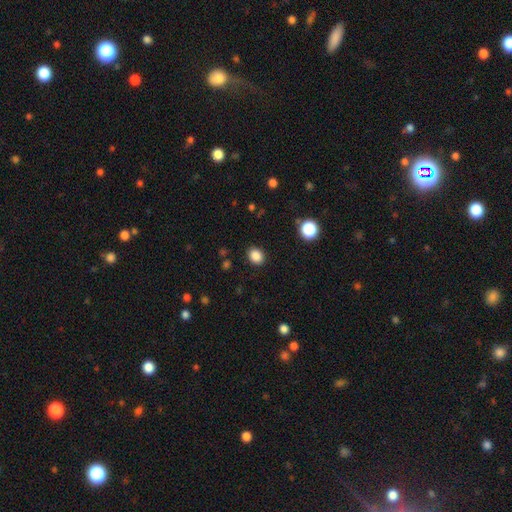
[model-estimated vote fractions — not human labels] Overall: smooth (86%). How rounded: round (54%; in between 45%). Merging: none (89%).